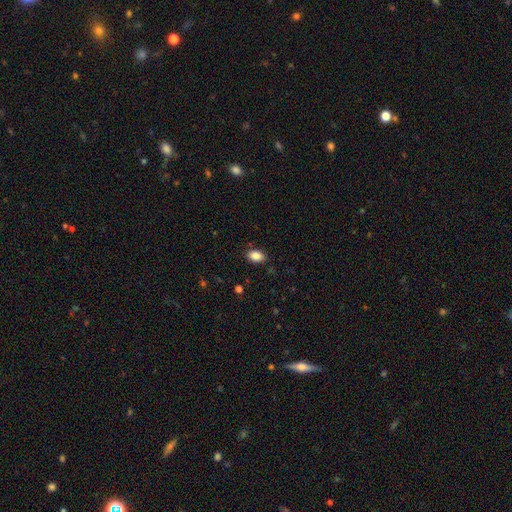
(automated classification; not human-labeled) Smooth or featured? Predicted: smooth (p=0.87). How rounded? Predicted: in between (p=0.89). Merging? Predicted: none (p=0.86).